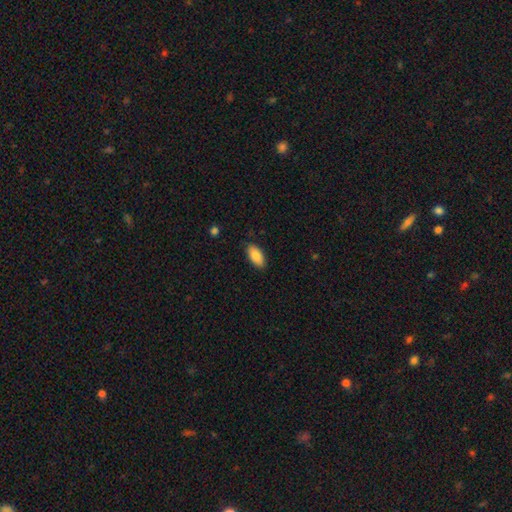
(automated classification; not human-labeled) A smooth galaxy with no disk features (86%) that is in between round and cigar-shaped (91%).

Vote fractions:
- Smooth or featured? smooth: 86% / featured or disk: 7% / star or artifact: 6%
- How rounded? in between: 91% / cigar-shaped: 6% / round: 2%
- Merging? none: 85% / minor disturbance: 12% / major disturbance: 2% / merger: 1%